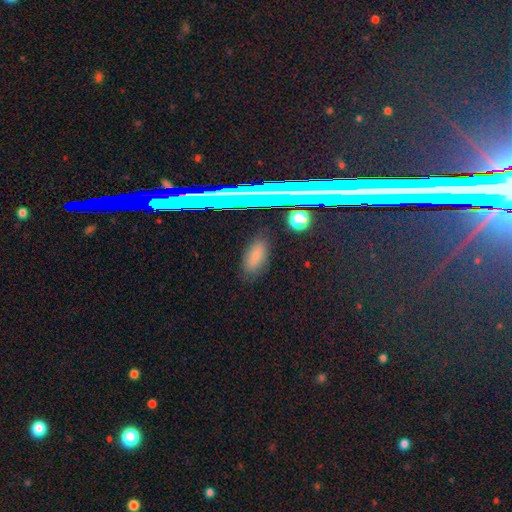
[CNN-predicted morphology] Smooth or featured? Predicted: smooth (p=0.69). How rounded? Predicted: in between (p=0.81). Merging? Predicted: none (p=0.84).